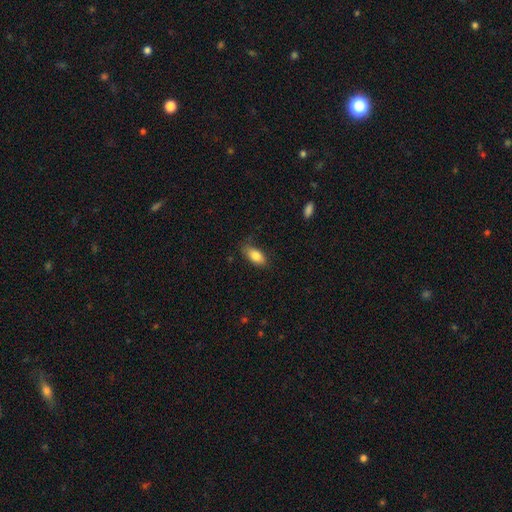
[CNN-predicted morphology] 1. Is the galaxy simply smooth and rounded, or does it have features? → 84% smooth, 9% featured or disk, 7% star or artifact.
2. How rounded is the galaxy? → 88% in between, 8% cigar-shaped, 4% round.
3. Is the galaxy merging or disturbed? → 74% none, 20% minor disturbance, 5% major disturbance, 1% merger.